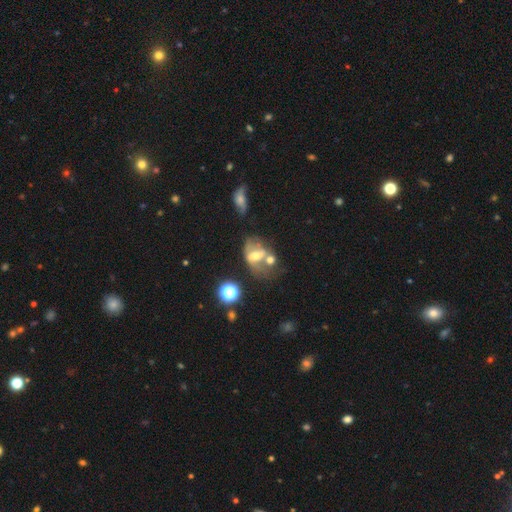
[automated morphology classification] The model was most divided on "merging": merger: 37%, none: 28%, major disturbance: 19%, minor disturbance: 16%. More confident: edge-on disk — no (91%); smooth or featured — featured or disk (52%).